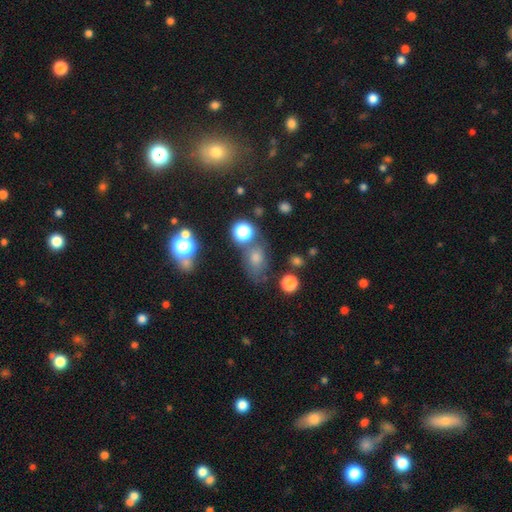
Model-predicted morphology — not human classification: smooth-or-featured: smooth: 57% | star or artifact: 29% | featured or disk: 15%
  how-rounded: in between: 65% | round: 31% | cigar-shaped: 3%
  merging: none: 62% | minor disturbance: 18% | merger: 12% | major disturbance: 8%